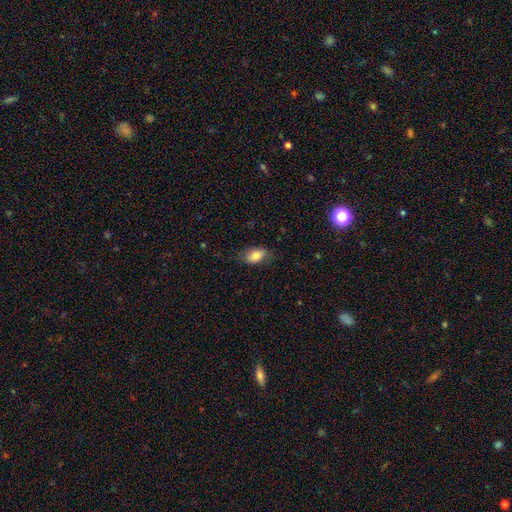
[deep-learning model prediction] smooth-or-featured: smooth: 82% | featured or disk: 10% | star or artifact: 8%
  how-rounded: in between: 90% | round: 8% | cigar-shaped: 2%
  merging: none: 73% | minor disturbance: 20% | major disturbance: 5% | merger: 1%